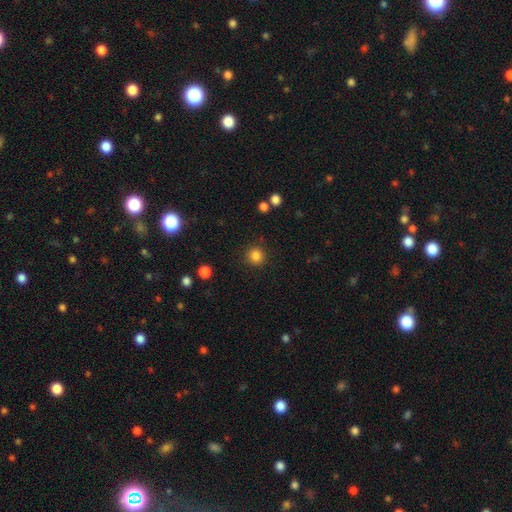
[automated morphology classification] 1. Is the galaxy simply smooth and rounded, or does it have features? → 84% smooth, 12% star or artifact, 4% featured or disk.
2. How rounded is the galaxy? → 93% round, 6% in between, 1% cigar-shaped.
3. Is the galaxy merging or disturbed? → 89% none, 7% minor disturbance, 3% major disturbance, 2% merger.